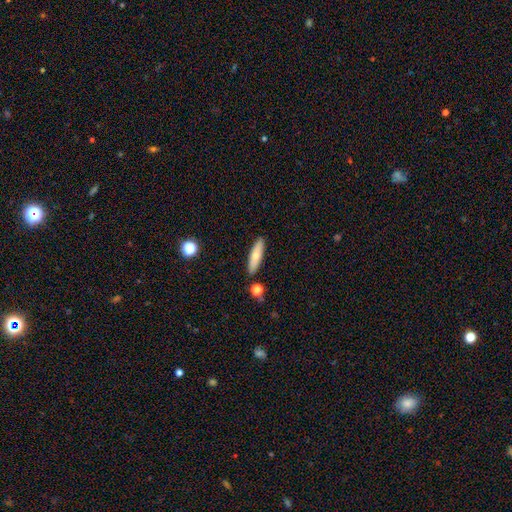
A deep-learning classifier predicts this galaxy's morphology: This is likely a smooth galaxy (70%). How rounded: likely cigar-shaped (69%). Merging: clearly none (88%).